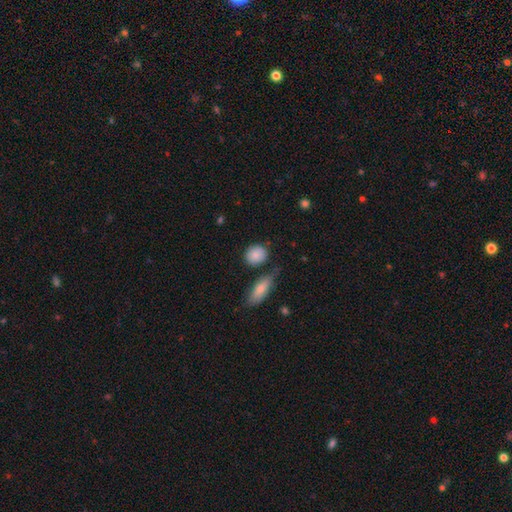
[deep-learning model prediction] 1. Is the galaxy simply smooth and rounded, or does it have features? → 86% smooth, 7% star or artifact, 6% featured or disk.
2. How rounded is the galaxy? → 68% round, 29% in between, 3% cigar-shaped.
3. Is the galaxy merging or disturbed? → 74% none, 14% minor disturbance, 8% merger, 4% major disturbance.